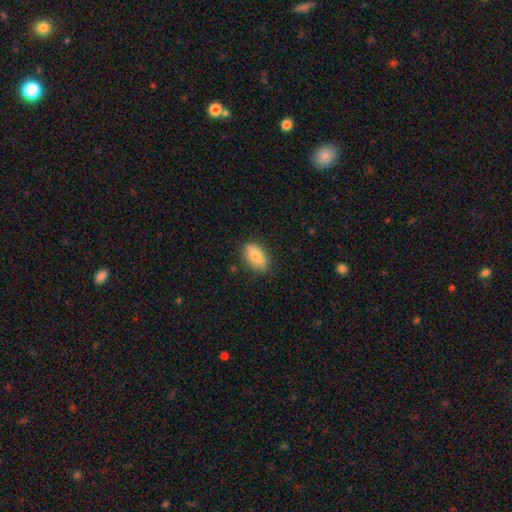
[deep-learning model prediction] Smooth or featured: smooth — 82% (featured or disk — 11%)
How rounded: in between — 91% (round — 5%)
Merging: none — 81% (minor disturbance — 15%)